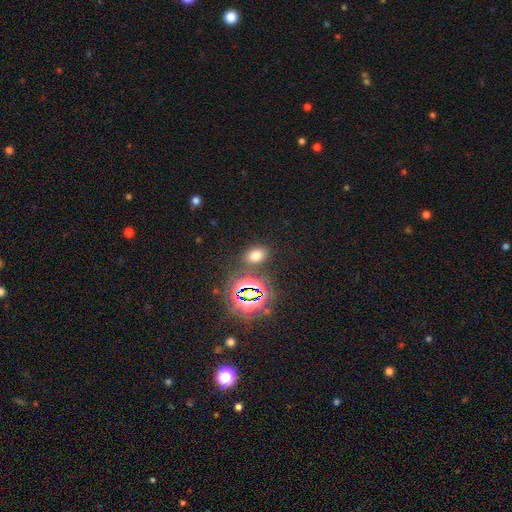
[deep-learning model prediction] This appears to be a smooth galaxy with no disk features (65%) that is in between round and cigar-shaped (75%). Merging: none (81%).